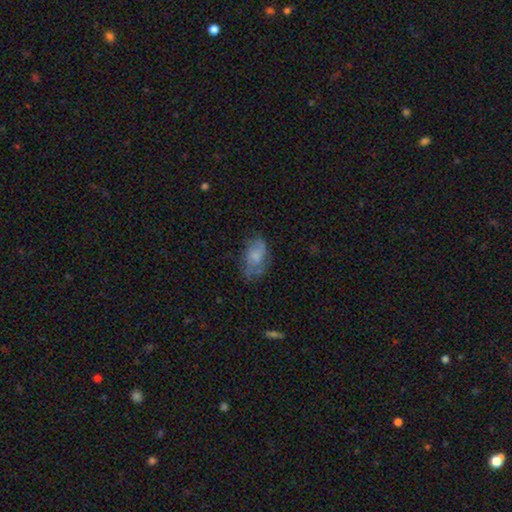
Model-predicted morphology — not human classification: type=smooth (57%); roundness=in between (89%); merging=none (54%).